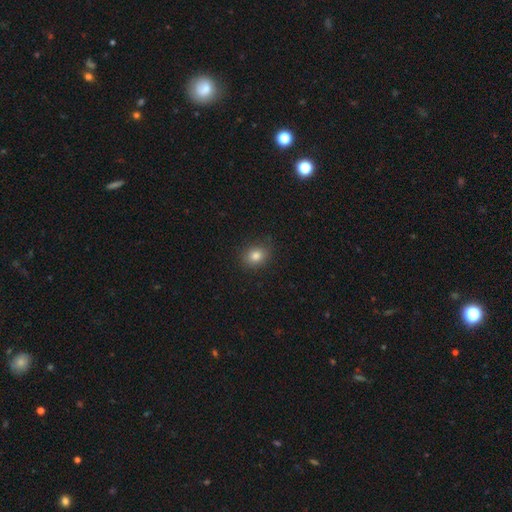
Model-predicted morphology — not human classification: Overall: smooth (82%). How rounded: round (58%; in between 41%). Merging: none (86%).